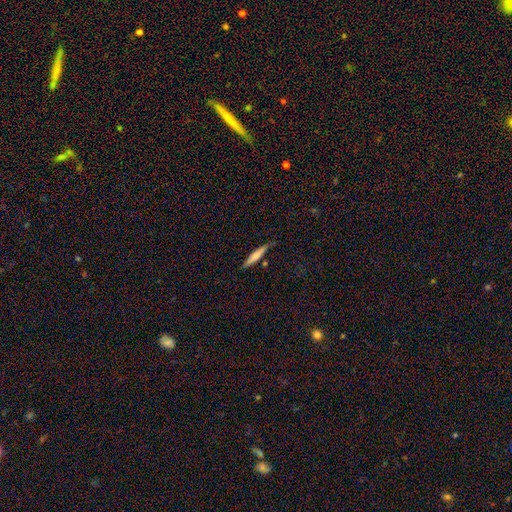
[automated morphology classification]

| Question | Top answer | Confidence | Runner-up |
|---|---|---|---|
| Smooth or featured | smooth | 60% | featured or disk (34%) |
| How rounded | cigar-shaped | 90% | in between (8%) |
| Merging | none | 81% | minor disturbance (14%) |